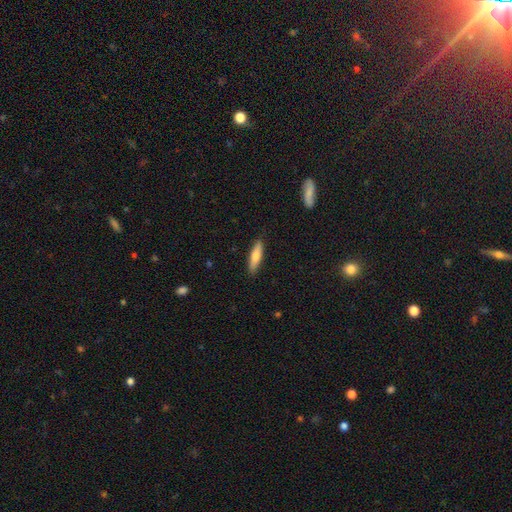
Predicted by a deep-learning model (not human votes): Smooth or featured: smooth — 73% (featured or disk — 21%)
How rounded: cigar-shaped — 73% (in between — 26%)
Merging: none — 88% (minor disturbance — 9%)